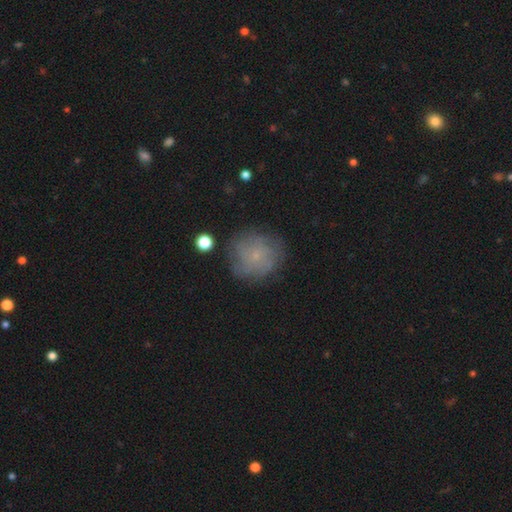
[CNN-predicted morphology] type=smooth (47%); merging=none (75%).